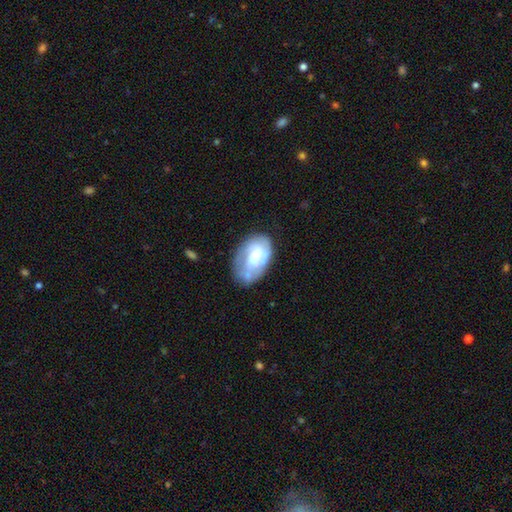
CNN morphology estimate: smooth_or_featured: featured or disk (p=0.57) [alt: smooth p=0.36]
disk_edge_on: no (p=0.96) [alt: yes p=0.04]
bar: no (p=0.50) [alt: weak p=0.38]
has_spiral_arms: yes (p=0.69) [alt: no p=0.31]
bulge_size: moderate (p=0.38) [alt: small p=0.25]
merging: none (p=0.54) [alt: minor disturbance p=0.28]